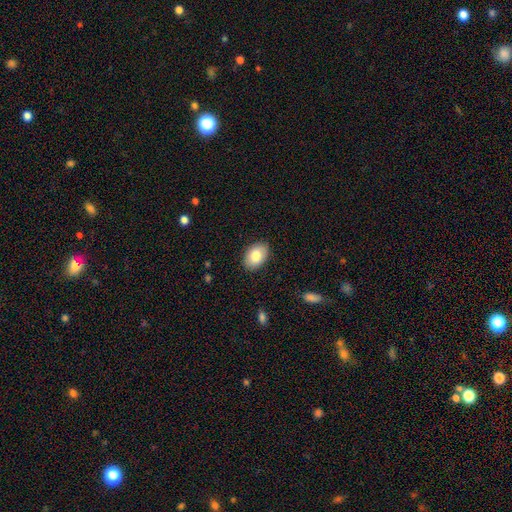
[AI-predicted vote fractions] Smooth or featured: smooth — 82% (featured or disk — 11%)
How rounded: in between — 86% (round — 13%)
Merging: none — 88% (minor disturbance — 9%)